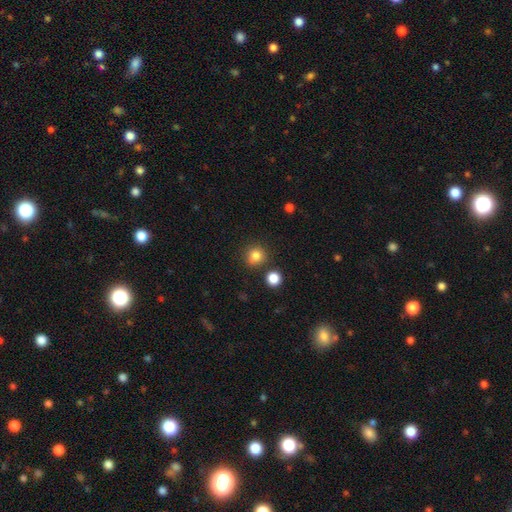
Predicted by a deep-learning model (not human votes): Smooth or featured: smooth — 82% (star or artifact — 12%)
How rounded: round — 92% (in between — 7%)
Merging: none — 83% (minor disturbance — 8%)